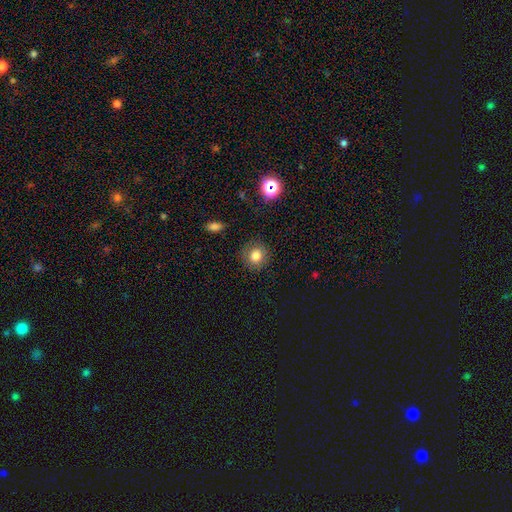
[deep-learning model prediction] smooth_or_featured: smooth (p=0.80) [alt: star or artifact p=0.12]
how_rounded: round (p=0.85) [alt: in between p=0.14]
merging: none (p=0.85) [alt: minor disturbance p=0.10]